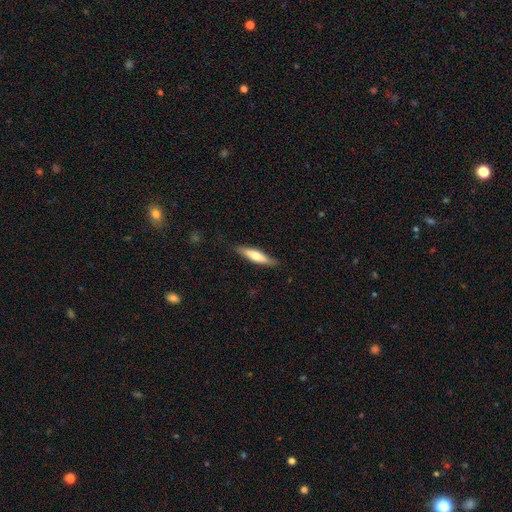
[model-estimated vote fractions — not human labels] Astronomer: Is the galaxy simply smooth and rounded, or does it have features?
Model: smooth — 58% (runner-up: featured or disk, 37%).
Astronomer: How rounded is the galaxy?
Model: cigar-shaped — 74%.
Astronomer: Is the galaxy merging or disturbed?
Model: none — 83%.